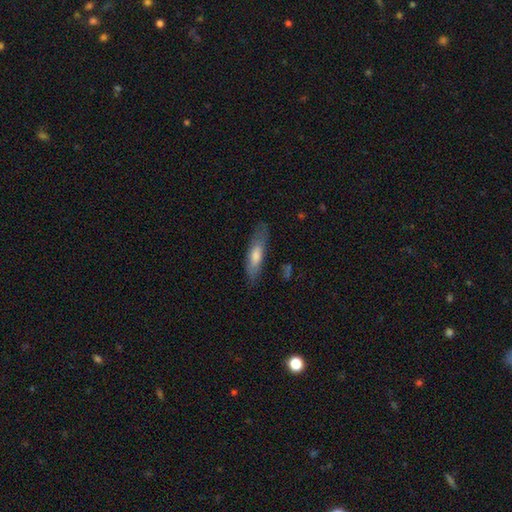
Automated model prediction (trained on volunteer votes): The model was most divided on "smooth or featured": smooth: 59%, featured or disk: 34%, star or artifact: 7%. More confident: merging — none (78%); how rounded — cigar-shaped (69%).